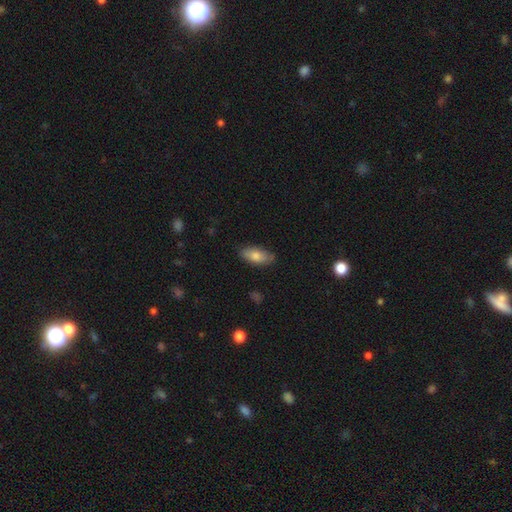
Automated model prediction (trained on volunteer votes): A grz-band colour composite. It shows a smooth galaxy with no disk features (76%) that is in between round and cigar-shaped (84%). Merging: none (85%).